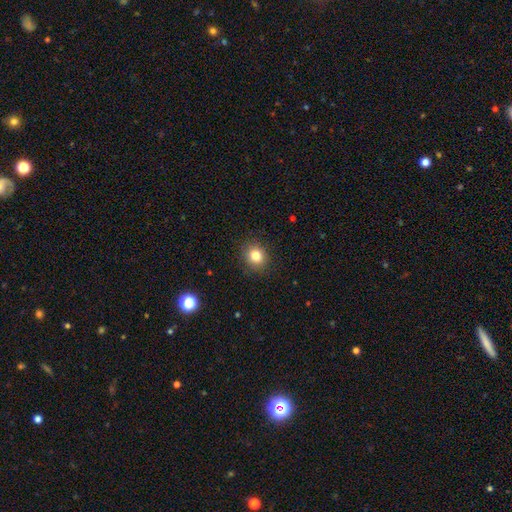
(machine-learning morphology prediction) Smooth or featured? Predicted: smooth (p=0.81). How rounded? Predicted: round (p=0.79). Merging? Predicted: none (p=0.90).